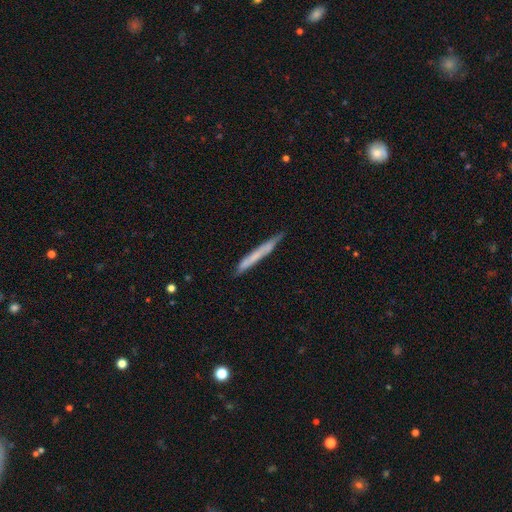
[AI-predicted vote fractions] Morphology: type=smooth (57%); roundness=cigar-shaped (97%); merging=none (80%).